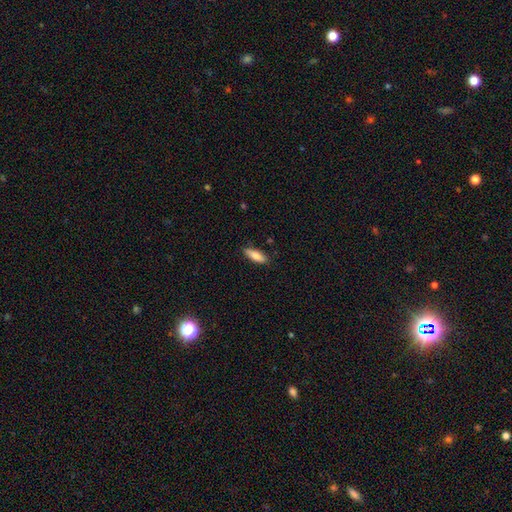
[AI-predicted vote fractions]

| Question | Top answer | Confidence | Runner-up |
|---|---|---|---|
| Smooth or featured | smooth | 81% | featured or disk (13%) |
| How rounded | in between | 58% | cigar-shaped (40%) |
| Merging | none | 84% | minor disturbance (13%) |